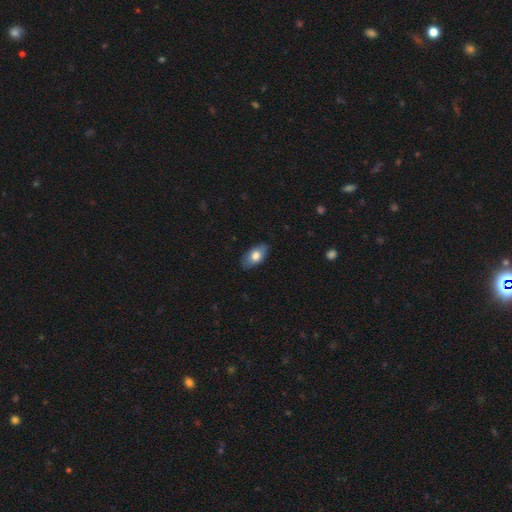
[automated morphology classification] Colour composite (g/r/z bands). It shows a smooth galaxy with no disk features (75%) that is in between round and cigar-shaped (92%). Merging: none (85%).